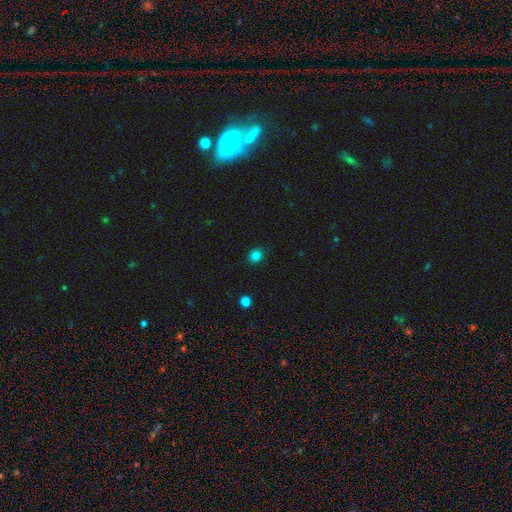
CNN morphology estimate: Smooth or featured? Predicted: smooth (p=0.82). How rounded? Predicted: round (p=0.82). Merging? Predicted: none (p=0.90).